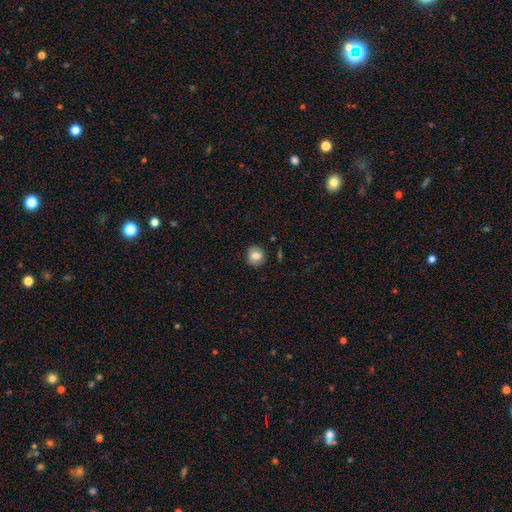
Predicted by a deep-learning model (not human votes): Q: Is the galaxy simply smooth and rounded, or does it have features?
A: smooth — 78%.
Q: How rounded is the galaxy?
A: round — 83%.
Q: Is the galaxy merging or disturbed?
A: none — 85%.